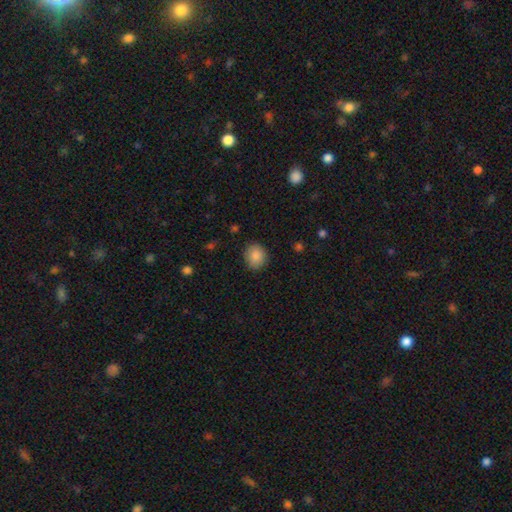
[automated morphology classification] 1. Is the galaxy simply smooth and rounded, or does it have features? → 87% smooth, 8% star or artifact, 5% featured or disk.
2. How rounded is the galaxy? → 69% round, 30% in between, 1% cigar-shaped.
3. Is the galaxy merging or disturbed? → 86% none, 10% minor disturbance, 3% major disturbance, 1% merger.